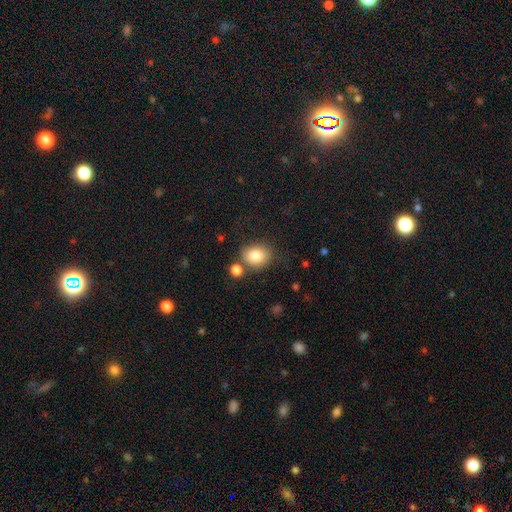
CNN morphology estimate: smooth-or-featured: smooth: 83% | star or artifact: 9% | featured or disk: 8%
  how-rounded: round: 58% | in between: 41% | cigar-shaped: 1%
  merging: none: 70% | minor disturbance: 13% | merger: 13% | major disturbance: 4%